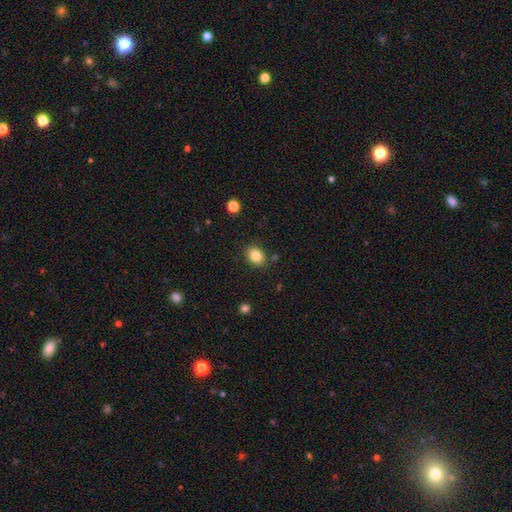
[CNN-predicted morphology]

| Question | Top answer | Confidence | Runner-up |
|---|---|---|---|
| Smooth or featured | smooth | 83% | star or artifact (10%) |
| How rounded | in between | 60% | round (39%) |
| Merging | none | 85% | minor disturbance (10%) |